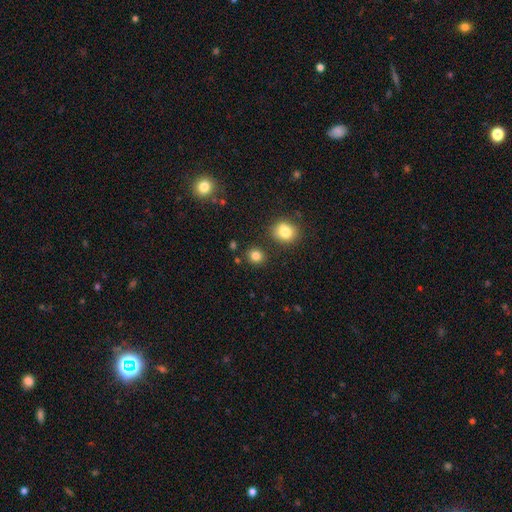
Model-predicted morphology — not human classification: Smooth or featured?
  - smooth: 83% *
  - star or artifact: 12%
  - featured or disk: 5%
How rounded?
  - round: 84% *
  - in between: 15%
  - cigar-shaped: 1%
Merging?
  - none: 85% *
  - minor disturbance: 7%
  - merger: 5%
  - major disturbance: 2%